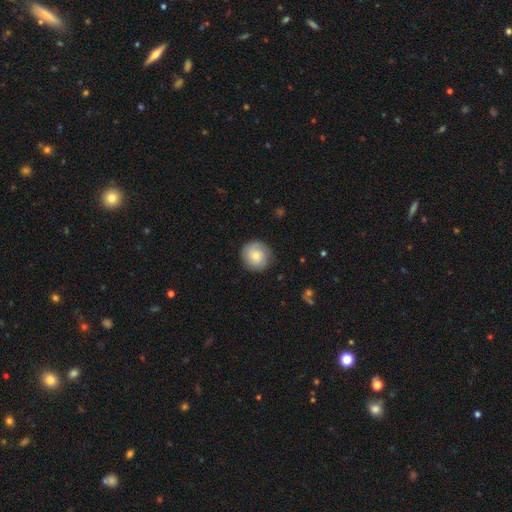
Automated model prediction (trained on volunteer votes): A smooth galaxy with no disk features (69%) that is round (91%).

Vote fractions:
- Smooth or featured? smooth: 69% / featured or disk: 24% / star or artifact: 7%
- How rounded? round: 91% / in between: 8% / cigar-shaped: 1%
- Merging? none: 85% / minor disturbance: 11% / major disturbance: 3% / merger: 1%